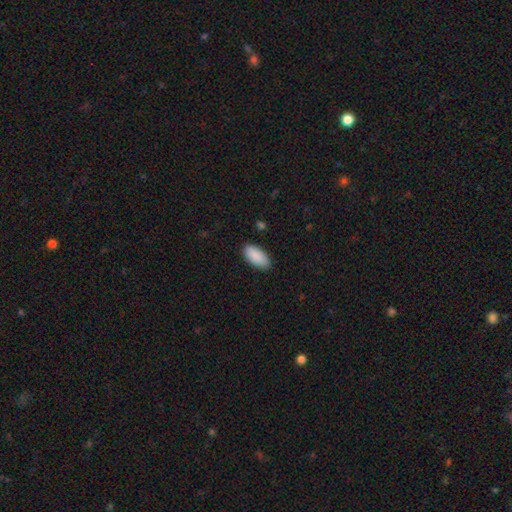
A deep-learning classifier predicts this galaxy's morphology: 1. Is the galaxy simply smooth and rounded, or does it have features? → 90% smooth, 6% star or artifact, 4% featured or disk.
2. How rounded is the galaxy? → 94% in between, 4% cigar-shaped, 2% round.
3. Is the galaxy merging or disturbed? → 87% none, 10% minor disturbance, 2% major disturbance, 1% merger.